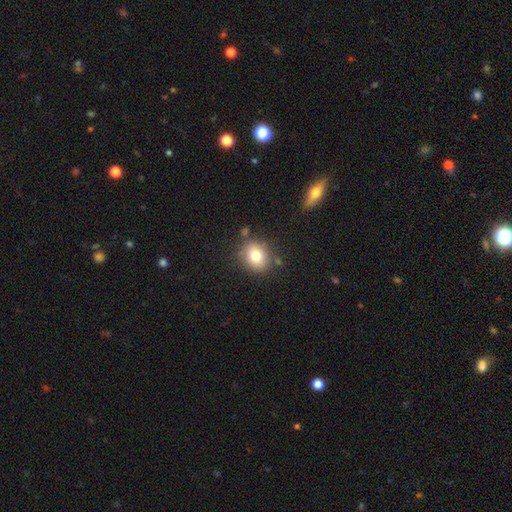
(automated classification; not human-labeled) The model was most divided on "how rounded": round: 66%, in between: 33%, cigar-shaped: 1%. More confident: merging — none (79%); smooth or featured — smooth (78%).